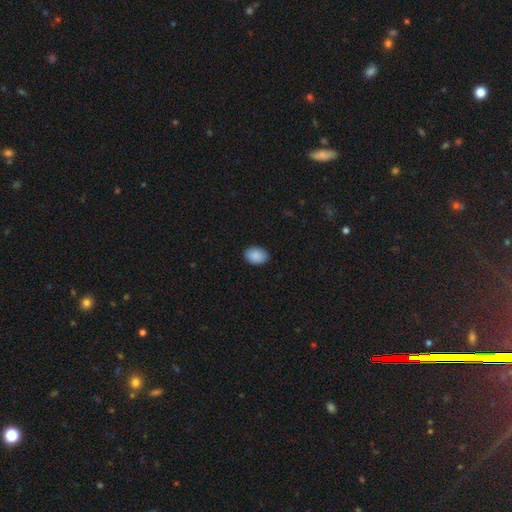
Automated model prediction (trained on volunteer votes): Q: Smooth or featured?
A: smooth (90%); runner-up: star or artifact (7%)
Q: How rounded?
A: in between (82%); runner-up: round (17%)
Q: Merging?
A: none (89%); runner-up: minor disturbance (8%)